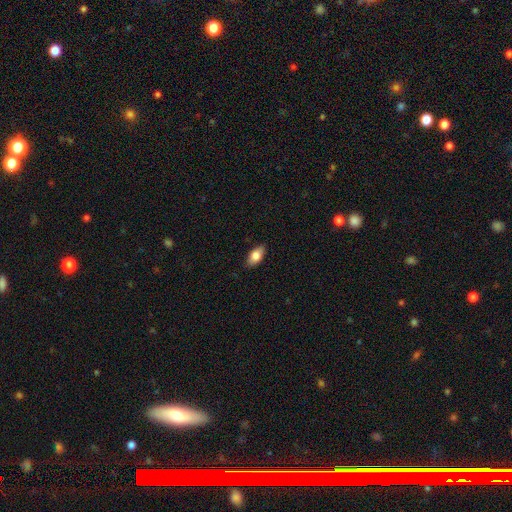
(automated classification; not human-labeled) Q: Smooth or featured?
A: smooth (80%); runner-up: featured or disk (14%)
Q: How rounded?
A: in between (89%); runner-up: cigar-shaped (7%)
Q: Merging?
A: none (86%); runner-up: minor disturbance (11%)